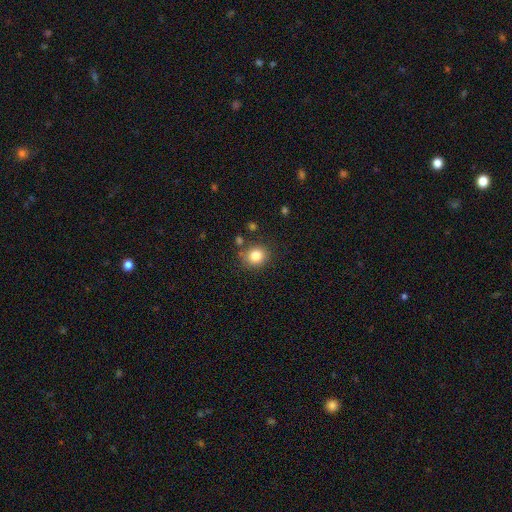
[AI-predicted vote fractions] The model was most divided on "how rounded": round: 80%, in between: 19%, cigar-shaped: 1%. More confident: smooth or featured — smooth (83%); merging — none (82%).